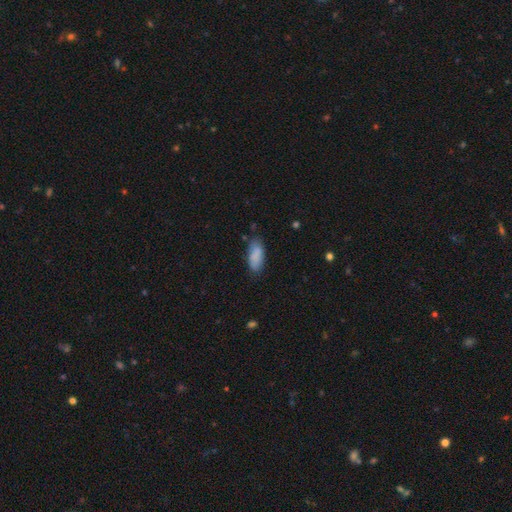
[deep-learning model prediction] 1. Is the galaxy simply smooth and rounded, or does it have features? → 86% smooth, 8% featured or disk, 7% star or artifact.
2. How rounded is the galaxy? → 81% in between, 17% cigar-shaped, 2% round.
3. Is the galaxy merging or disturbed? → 74% none, 20% minor disturbance, 4% major disturbance, 2% merger.